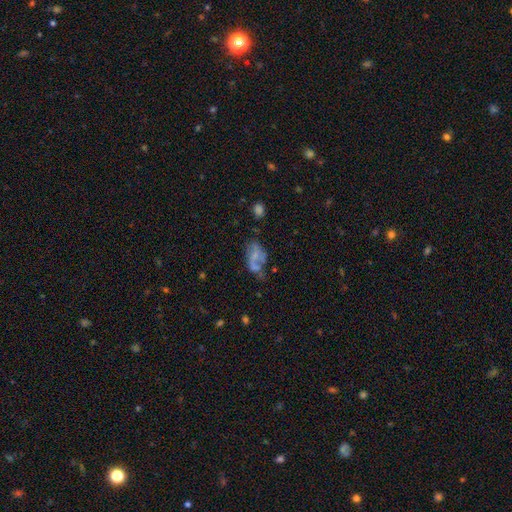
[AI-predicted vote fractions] smooth-or-featured: featured or disk: 47% | smooth: 40% | star or artifact: 13%
  merging: major disturbance: 31% | none: 30% | minor disturbance: 23% | merger: 17%